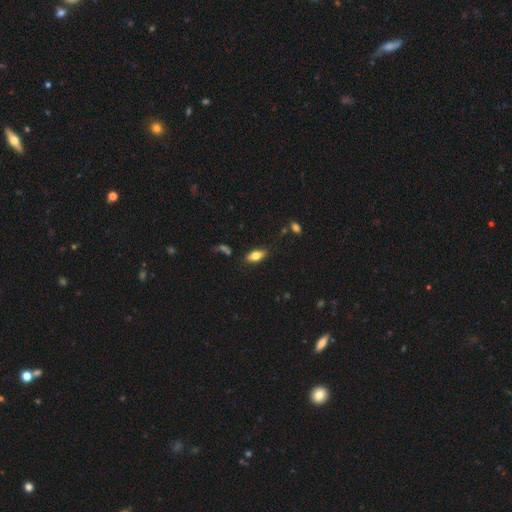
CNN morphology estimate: The model was most divided on "smooth or featured": smooth: 75%, featured or disk: 17%, star or artifact: 8%. More confident: how rounded — in between (86%); merging — none (82%).